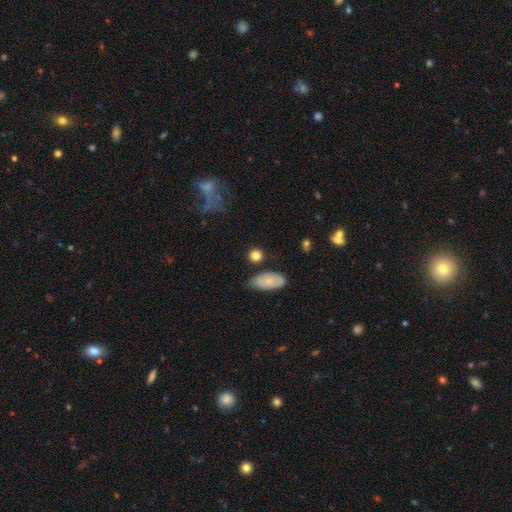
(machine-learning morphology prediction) A smooth galaxy with no disk features (82%) that is round (72%). Merging: none (77%).